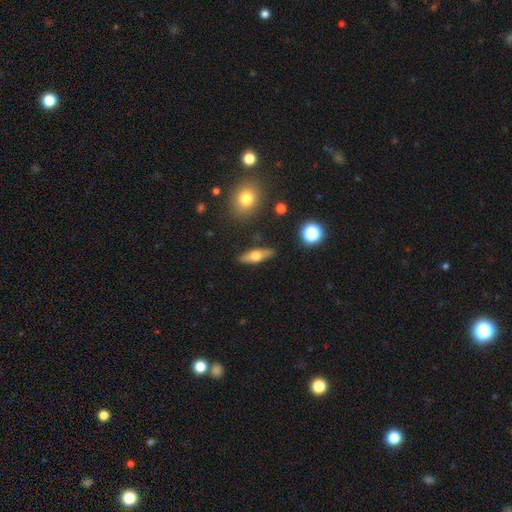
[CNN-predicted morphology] Smooth or featured? Predicted: smooth (p=0.54). How rounded? Predicted: in between (p=0.52). Merging? Predicted: none (p=0.86).